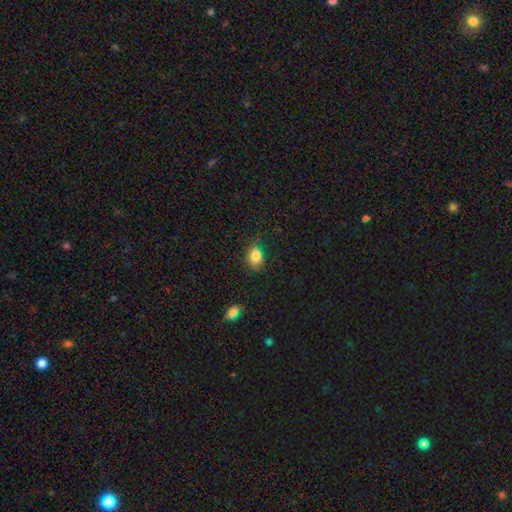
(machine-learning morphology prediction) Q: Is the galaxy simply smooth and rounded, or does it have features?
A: smooth — 82%.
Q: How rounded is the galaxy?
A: in between — 55%.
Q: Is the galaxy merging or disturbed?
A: none — 72%.